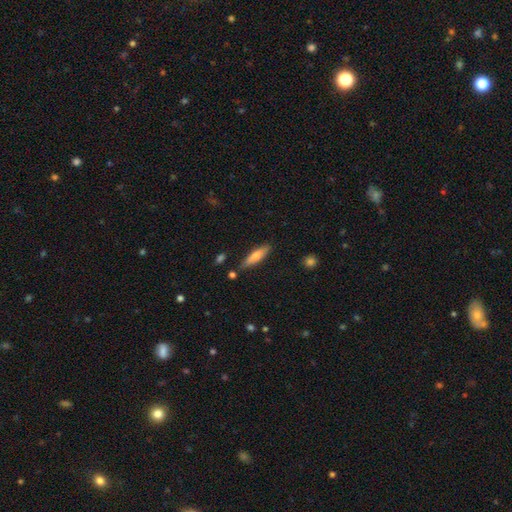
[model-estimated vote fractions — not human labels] Smooth or featured? smooth (65%)
How rounded? cigar-shaped (70%)
Merging? none (82%)